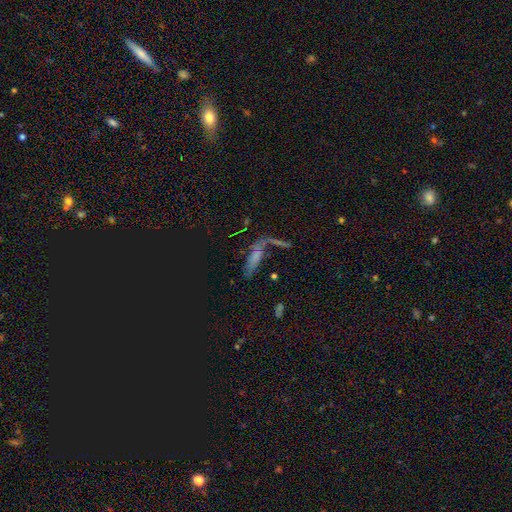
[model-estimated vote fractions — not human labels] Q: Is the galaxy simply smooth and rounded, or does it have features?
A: smooth — 50%.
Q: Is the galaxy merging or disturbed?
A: none — 46%.